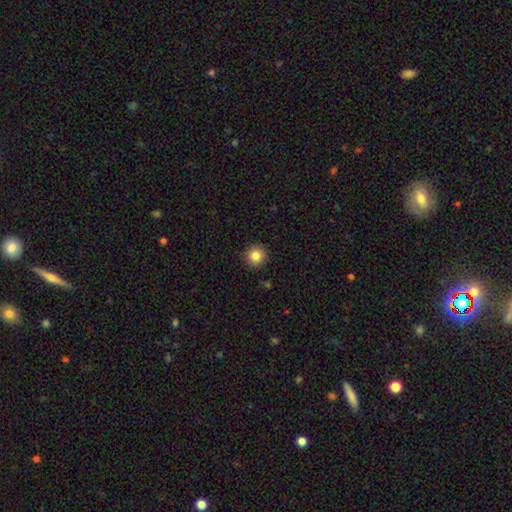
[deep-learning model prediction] Smooth or featured? smooth (84%)
How rounded? round (95%)
Merging? none (91%)